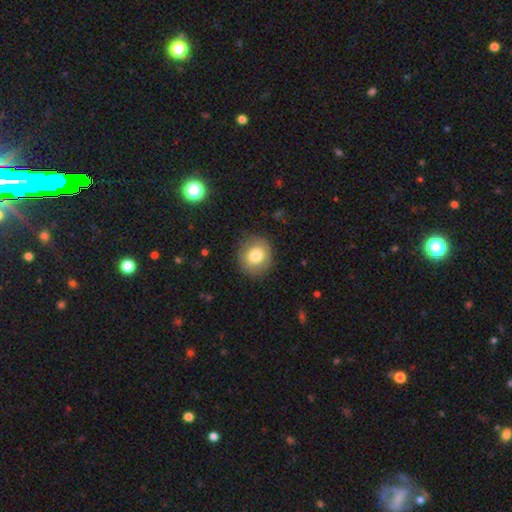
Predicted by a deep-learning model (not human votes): This appears to be a smooth galaxy with no disk features (77%) that is round (86%). Merging: none (86%).